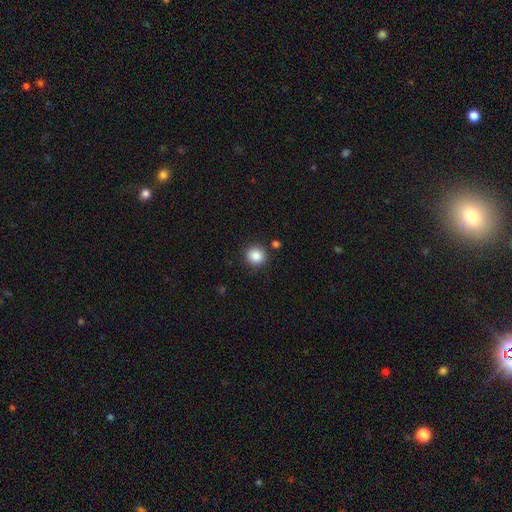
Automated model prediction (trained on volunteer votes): The model was most divided on "smooth or featured": smooth: 86%, star or artifact: 10%, featured or disk: 4%. More confident: how rounded — round (91%); merging — none (87%).